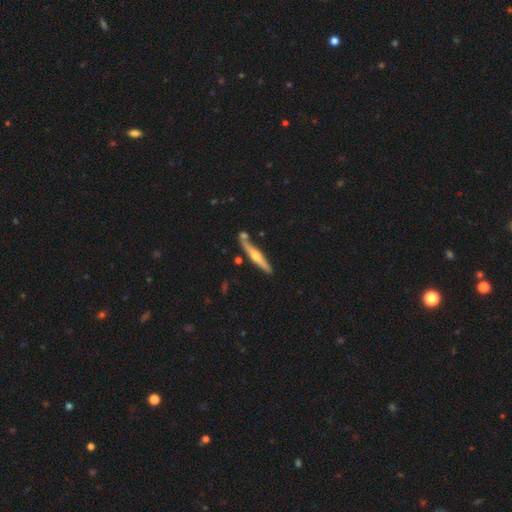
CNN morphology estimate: Smooth or featured: featured or disk — 65% (smooth — 29%)
Edge-on disk: yes — 96% (no — 4%)
Edge-on bulge: rounded — 90% (none — 6%)
Merging: none — 78% (minor disturbance — 11%)